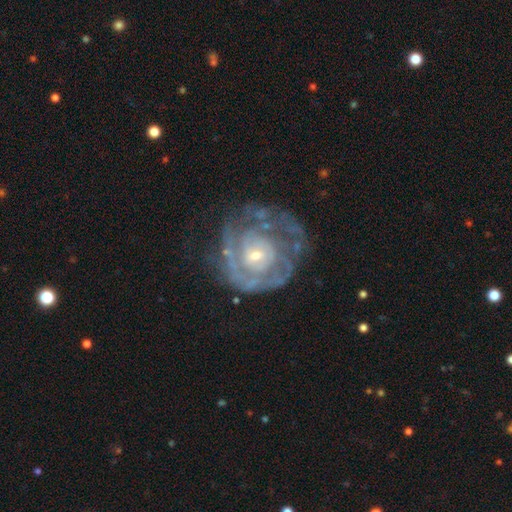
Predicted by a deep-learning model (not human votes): Morphology: type=featured or disk (81%); edge-on=no (97%); bar=no (75%); spiral arms=yes (82%); winding=tight (70%); arm count=can't tell (46%); bulge=small (65%); merging=none (56%).